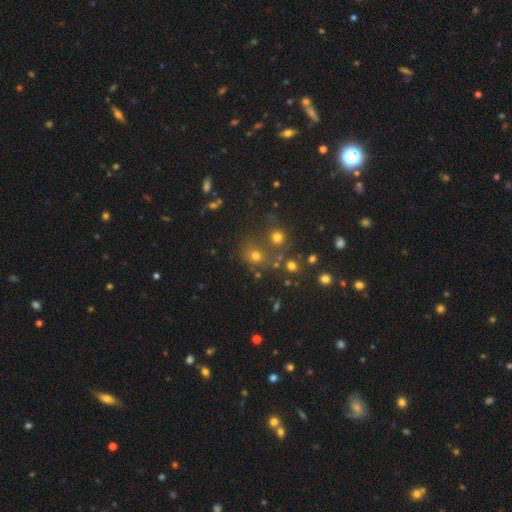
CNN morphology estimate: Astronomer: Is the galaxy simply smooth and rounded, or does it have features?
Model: smooth — 65%.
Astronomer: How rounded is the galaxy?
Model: round — 82%.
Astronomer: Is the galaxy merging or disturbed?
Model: none — 60%.